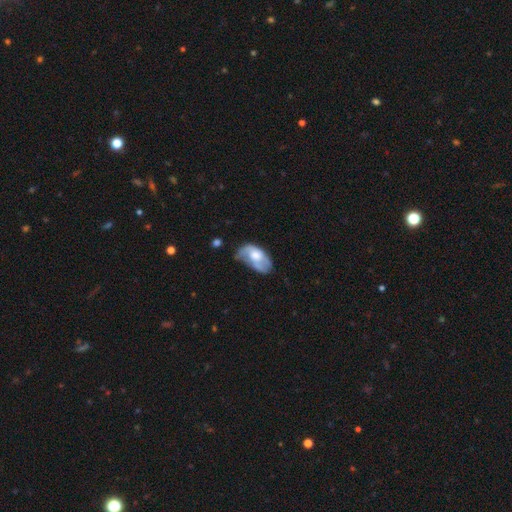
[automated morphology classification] This appears to be a featured or disk galaxy (50%). Merging: minor disturbance (34%).